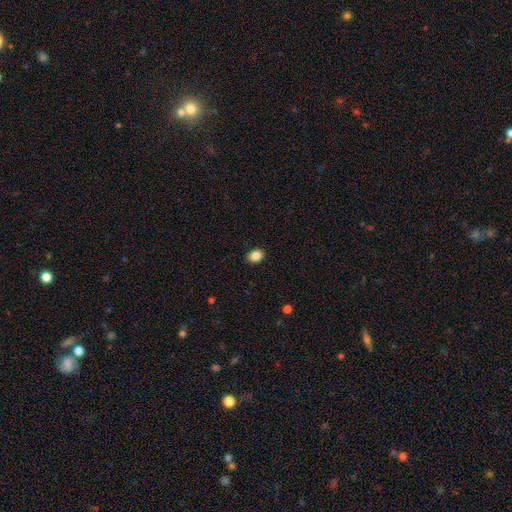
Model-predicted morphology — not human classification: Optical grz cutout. It shows a smooth galaxy with no disk features (86%) that is in between round and cigar-shaped (63%). Merging: none (90%).